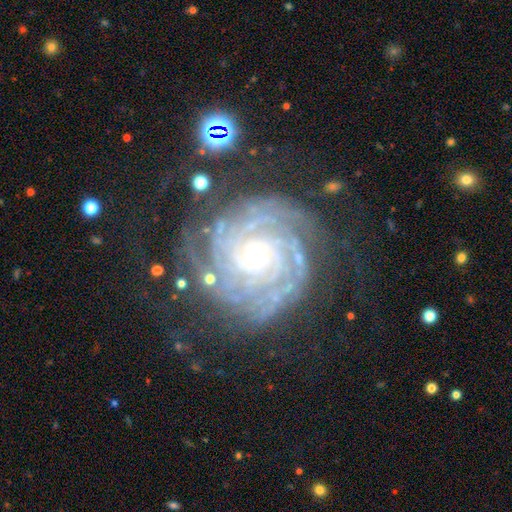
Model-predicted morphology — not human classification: A featured or disk galaxy (90%) with no bar (76%), tight (84%) spiral arms (98%) and a small central bulge (59%).

Vote fractions:
- Smooth or featured? featured or disk: 90% / star or artifact: 6% / smooth: 4%
- Edge-on disk? no: 97% / yes: 3%
- Bar? no: 76% / weak: 17% / strong: 8%
- Spiral arms? yes: 98% / no: 2%
- Spiral winding? tight: 84% / medium: 14% / loose: 3%
- Spiral arm count? can't tell: 23% / more than 4: 21% / 4: 21% / 3: 15% / 2: 12% / 1: 8%
- Bulge size? small: 59% / moderate: 37% / large: 2% / none: 1% / dominant: 1%
- Merging? none: 73% / minor disturbance: 16% / major disturbance: 9% / merger: 2%